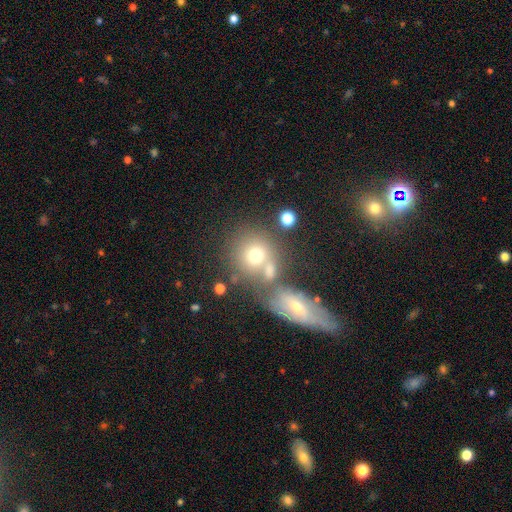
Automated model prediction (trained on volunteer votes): Morphology: type=smooth (68%); roundness=round (78%); merging=none (45%).